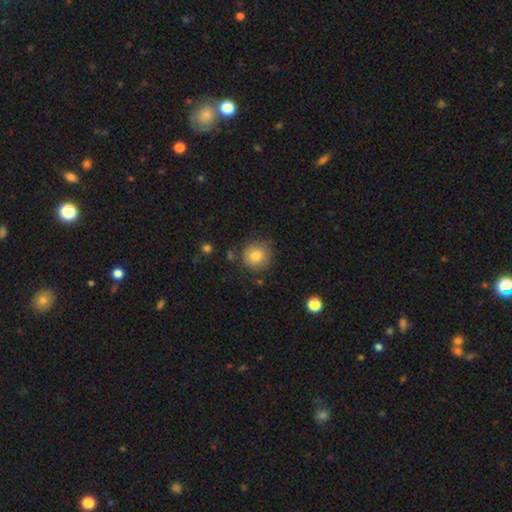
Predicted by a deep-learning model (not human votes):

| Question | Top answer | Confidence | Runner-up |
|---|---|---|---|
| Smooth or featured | smooth | 81% | featured or disk (10%) |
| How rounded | round | 90% | in between (9%) |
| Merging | none | 76% | minor disturbance (17%) |